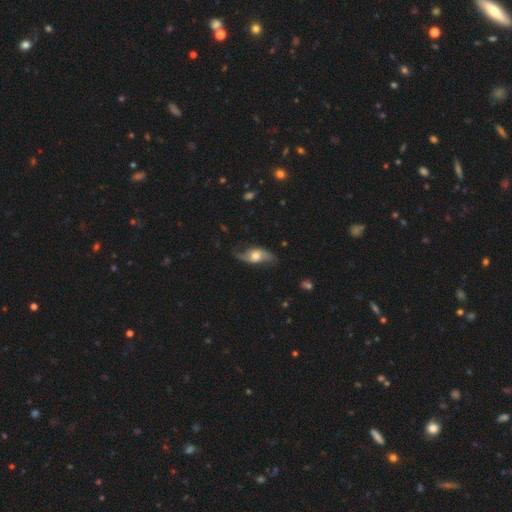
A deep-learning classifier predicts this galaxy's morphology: featured or disk 70%, smooth 23%, star or artifact 7%. Down the decision tree: edge-on disk — no (85%); bar — no (66%); spiral arms — yes (89%); spiral arm count — 2 (89%); spiral winding — loose (76%); bulge size — moderate (57%); merging — none (65%).